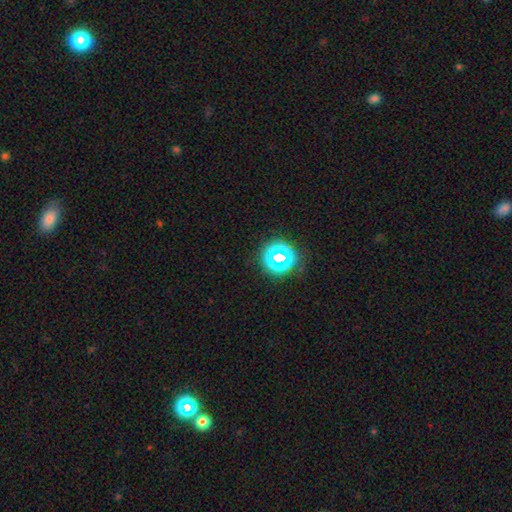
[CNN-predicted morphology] Smooth or featured?
  - star or artifact: 64% *
  - smooth: 29%
  - featured or disk: 6%